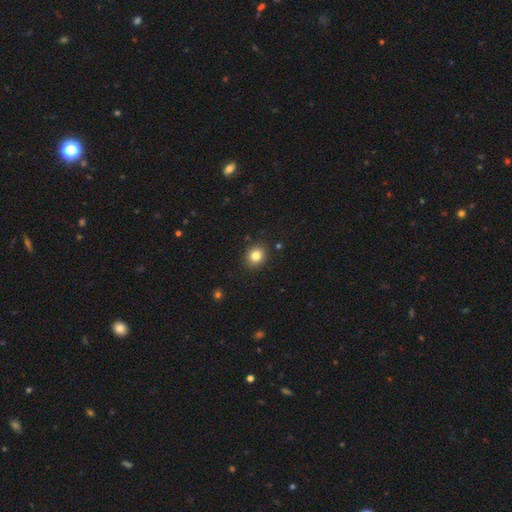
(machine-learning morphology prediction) The model was most divided on "how rounded": round: 71%, in between: 28%, cigar-shaped: 1%. More confident: merging — none (89%); smooth or featured — smooth (83%).